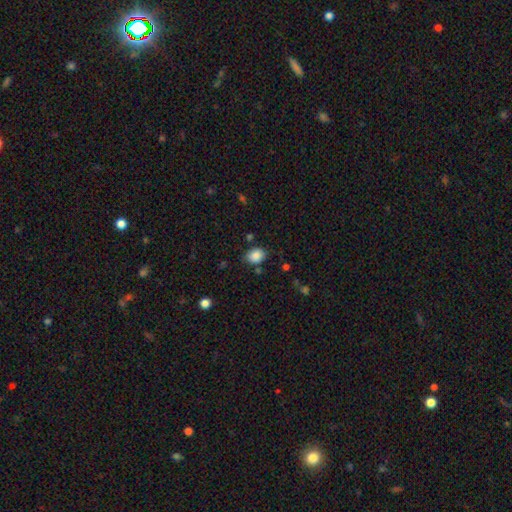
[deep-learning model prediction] Smooth or featured: smooth — 87% (star or artifact — 9%)
How rounded: in between — 59% (round — 41%)
Merging: none — 78% (minor disturbance — 14%)